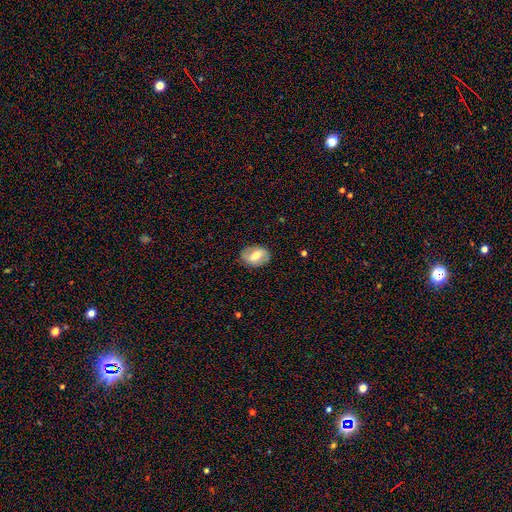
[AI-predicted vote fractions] A featured or disk galaxy (49%). Merging: none (83%).